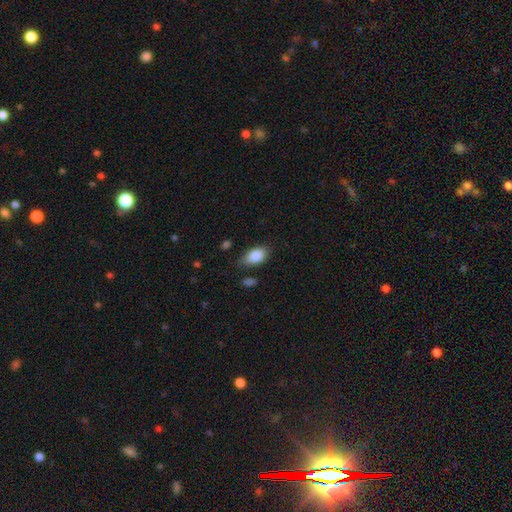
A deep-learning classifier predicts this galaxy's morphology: Smooth or featured? smooth (86%)
How rounded? in between (90%)
Merging? none (74%)